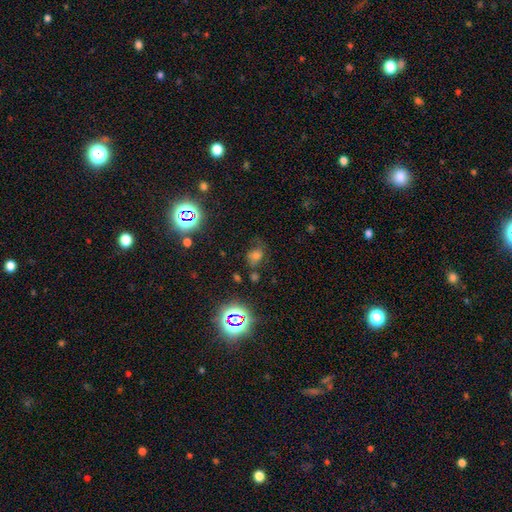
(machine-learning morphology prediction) Smooth or featured: smooth — 51% (star or artifact — 33%)
How rounded: in between — 58% (round — 40%)
Merging: none — 56% (minor disturbance — 24%)